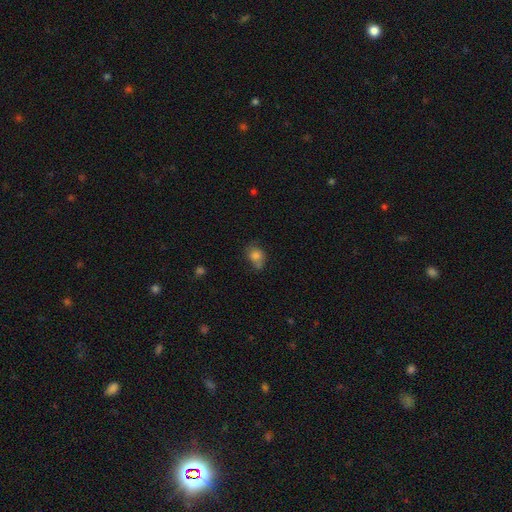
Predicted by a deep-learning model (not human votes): Q: Smooth or featured?
A: smooth (78%); runner-up: featured or disk (12%)
Q: How rounded?
A: round (59%); runner-up: in between (39%)
Q: Merging?
A: none (48%); runner-up: minor disturbance (27%)